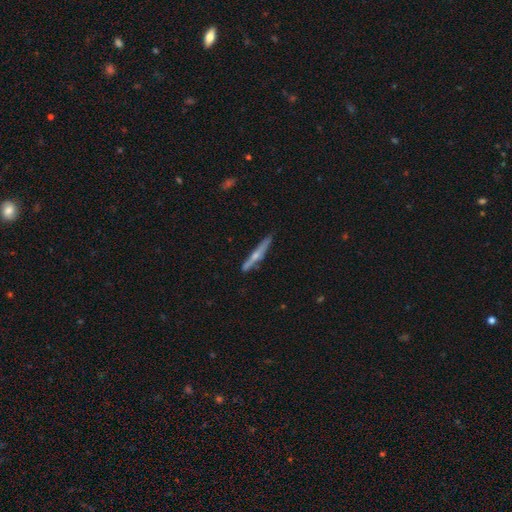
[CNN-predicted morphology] Smooth or featured? Predicted: featured or disk (p=0.60). Edge-on disk? Predicted: yes (p=0.96). Edge-on bulge? Predicted: rounded (p=0.74). Merging? Predicted: none (p=0.81).